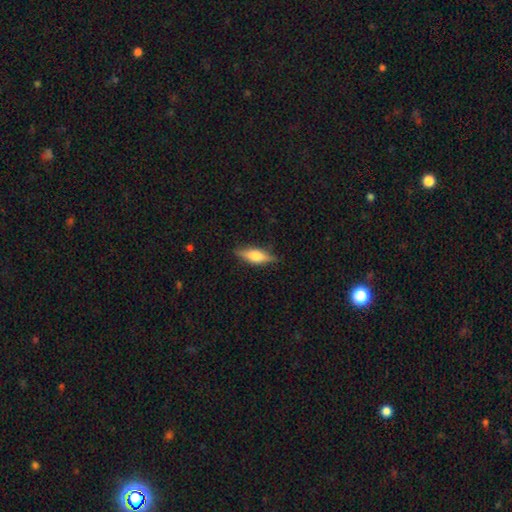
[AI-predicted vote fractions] Smooth or featured: featured or disk — 47% (smooth — 46%)
Merging: none — 83% (minor disturbance — 13%)